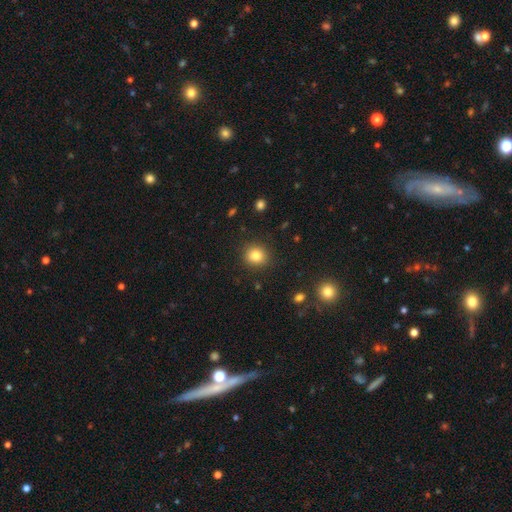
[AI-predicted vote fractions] smooth_or_featured: smooth (p=0.82) [alt: star or artifact p=0.11]
how_rounded: round (p=0.84) [alt: in between p=0.15]
merging: none (p=0.89) [alt: minor disturbance p=0.07]